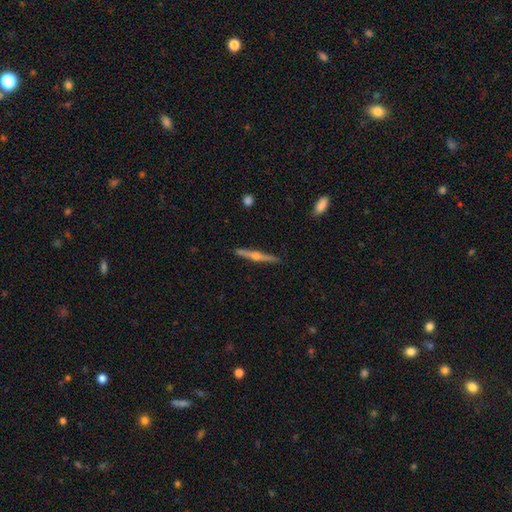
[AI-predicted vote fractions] Smooth or featured? featured or disk (76%)
Edge-on disk? yes (98%)
Edge-on bulge? rounded (89%)
Merging? none (90%)